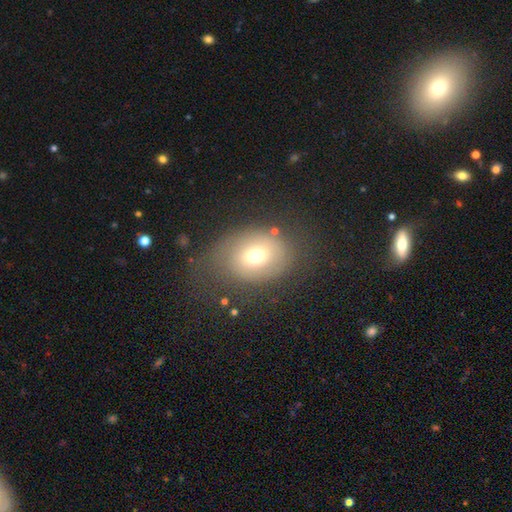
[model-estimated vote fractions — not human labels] Q: Smooth or featured?
A: smooth (64%); runner-up: featured or disk (24%)
Q: How rounded?
A: in between (51%); runner-up: round (49%)
Q: Merging?
A: none (60%); runner-up: minor disturbance (22%)